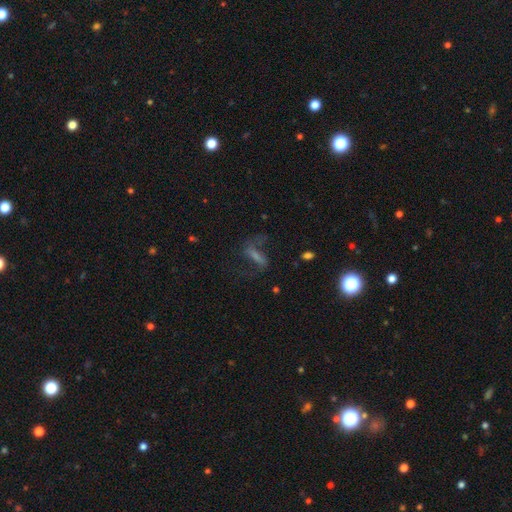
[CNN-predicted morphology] Overall: featured or disk (48%; smooth 29%). Merging: none (59%; major disturbance 21%).